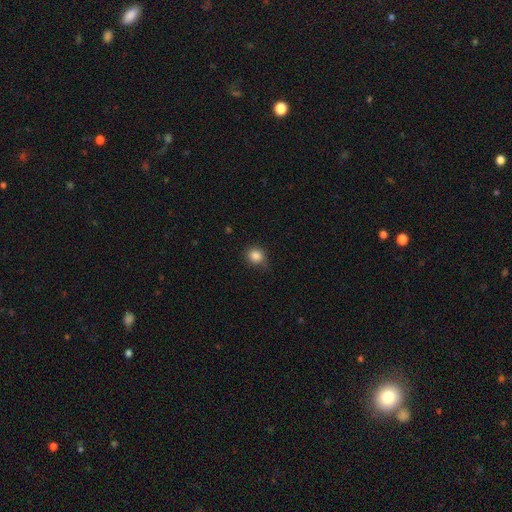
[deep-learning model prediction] A smooth galaxy with no disk features (85%) that is round (81%).

Vote fractions:
- Smooth or featured? smooth: 85% / star or artifact: 11% / featured or disk: 5%
- How rounded? round: 81% / in between: 18% / cigar-shaped: 1%
- Merging? none: 74% / minor disturbance: 21% / major disturbance: 4% / merger: 1%